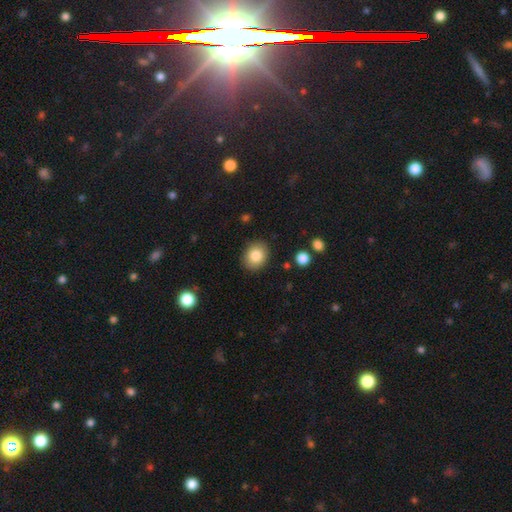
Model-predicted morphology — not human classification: smooth_or_featured: smooth (p=0.83) [alt: star or artifact p=0.09]
how_rounded: round (p=0.54) [alt: in between p=0.45]
merging: none (p=0.87) [alt: minor disturbance p=0.09]